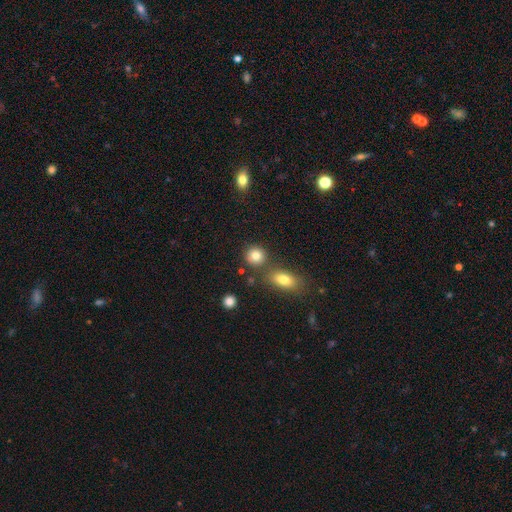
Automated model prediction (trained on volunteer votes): Smooth or featured? smooth (82%)
How rounded? round (85%)
Merging? none (76%)